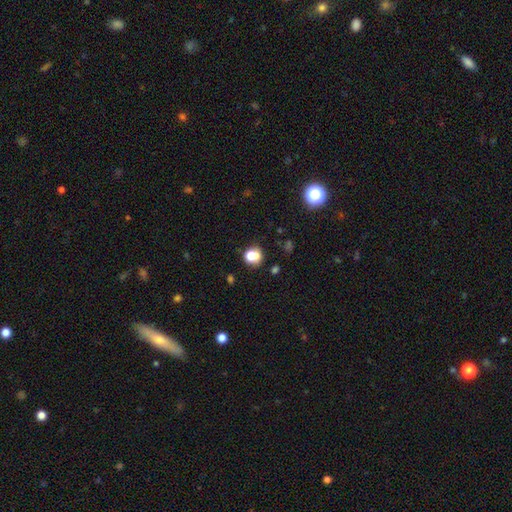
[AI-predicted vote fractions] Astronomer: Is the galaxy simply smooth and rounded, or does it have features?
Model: smooth — 73%.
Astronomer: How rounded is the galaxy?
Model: round — 77%.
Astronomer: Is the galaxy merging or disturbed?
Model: none — 52%.